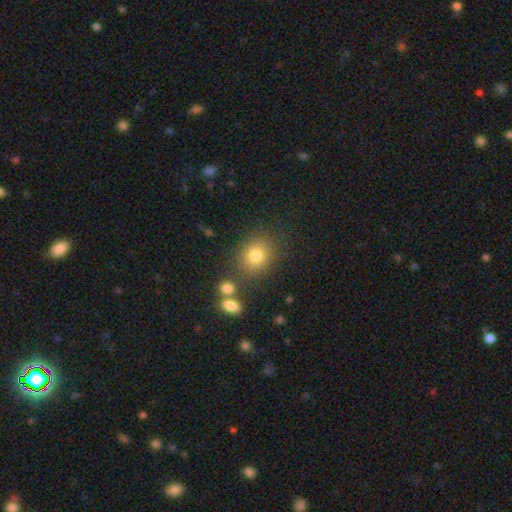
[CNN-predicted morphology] Q: Smooth or featured?
A: smooth (79%); runner-up: star or artifact (13%)
Q: How rounded?
A: round (63%); runner-up: in between (36%)
Q: Merging?
A: none (77%); runner-up: minor disturbance (11%)